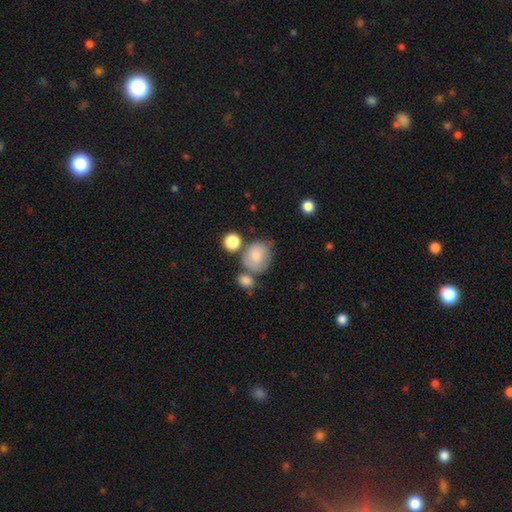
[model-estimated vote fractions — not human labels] The model was most divided on "merging": none: 48%, minor disturbance: 22%, merger: 21%, major disturbance: 9%. More confident: smooth or featured — smooth (76%); how rounded — round (67%).